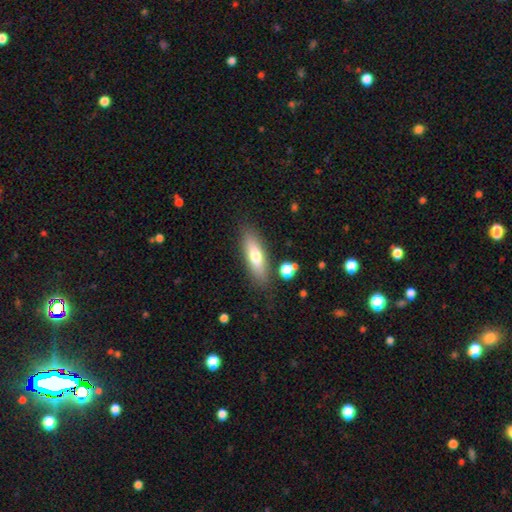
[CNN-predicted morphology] A smooth galaxy with no disk features (67%) that is cigar-shaped (51%).

Vote fractions:
- Smooth or featured? smooth: 67% / featured or disk: 26% / star or artifact: 7%
- How rounded? cigar-shaped: 51% / in between: 47% / round: 3%
- Merging? none: 82% / minor disturbance: 12% / merger: 3% / major disturbance: 3%